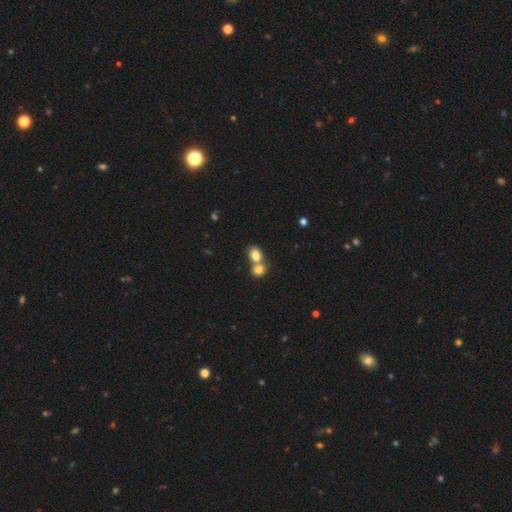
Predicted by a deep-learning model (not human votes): Smooth or featured?
  - smooth: 80% *
  - featured or disk: 10%
  - star or artifact: 10%
How rounded?
  - in between: 53% *
  - round: 45%
  - cigar-shaped: 1%
Merging?
  - merger: 60% *
  - none: 32%
  - minor disturbance: 6%
  - major disturbance: 3%